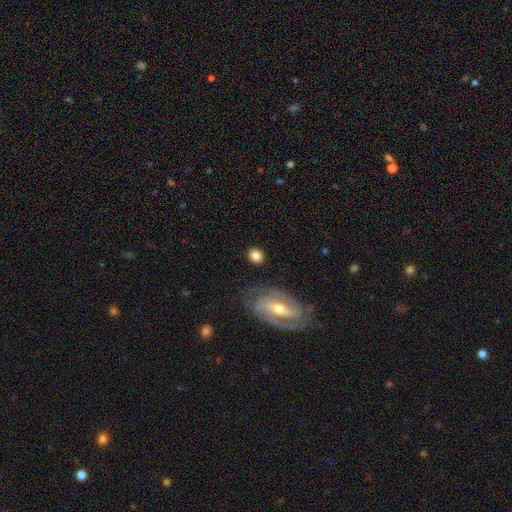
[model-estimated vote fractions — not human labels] This appears to be a smooth galaxy with no disk features (78%) that is round (66%). Merging: none (83%).